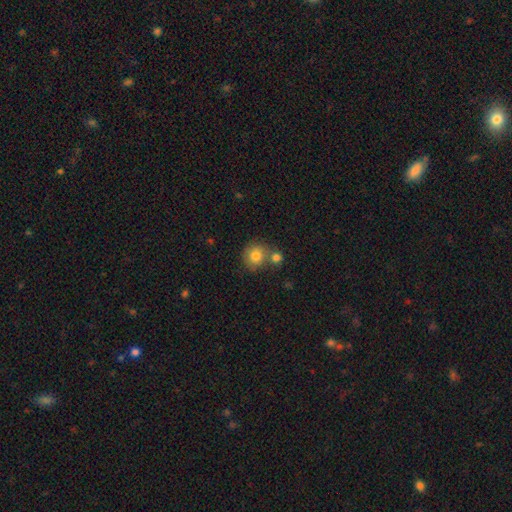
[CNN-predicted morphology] Overall: smooth (80%). How rounded: round (87%). Merging: none (55%; merger 31%).